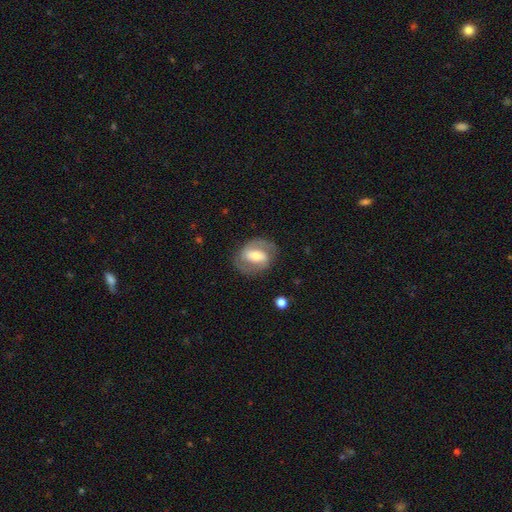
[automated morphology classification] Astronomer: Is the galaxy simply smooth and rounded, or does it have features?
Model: featured or disk — 71%.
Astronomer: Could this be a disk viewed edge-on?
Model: no — 96%.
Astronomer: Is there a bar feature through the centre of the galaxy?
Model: strong — 42% (runner-up: weak, 38%).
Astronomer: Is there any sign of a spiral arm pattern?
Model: yes — 82%.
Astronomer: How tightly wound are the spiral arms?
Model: medium — 48% (runner-up: tight, 35%).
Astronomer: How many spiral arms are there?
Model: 2 — 86%.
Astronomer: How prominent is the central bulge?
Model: moderate — 58%.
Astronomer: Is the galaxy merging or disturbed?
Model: none — 79%.